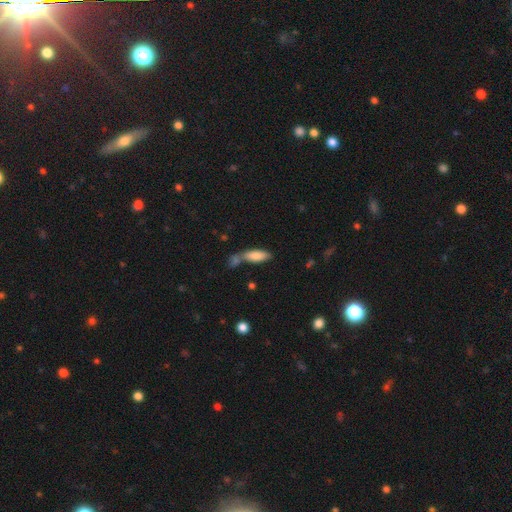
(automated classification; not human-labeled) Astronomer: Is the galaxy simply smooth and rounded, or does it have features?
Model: smooth — 82%.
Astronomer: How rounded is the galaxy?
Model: in between — 66%.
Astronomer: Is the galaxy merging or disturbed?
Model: none — 45% (runner-up: merger, 35%).